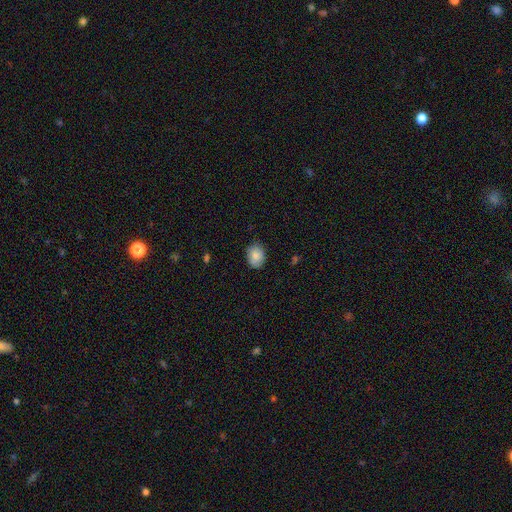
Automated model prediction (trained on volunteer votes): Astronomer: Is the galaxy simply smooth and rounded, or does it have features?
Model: smooth — 84%.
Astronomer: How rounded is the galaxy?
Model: in between — 55% (runner-up: round, 44%).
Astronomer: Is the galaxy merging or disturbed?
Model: none — 81%.